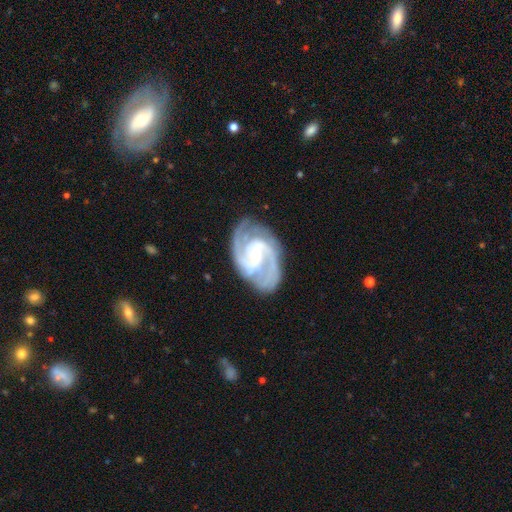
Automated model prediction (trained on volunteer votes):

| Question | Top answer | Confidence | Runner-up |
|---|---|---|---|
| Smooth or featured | featured or disk | 92% | star or artifact (4%) |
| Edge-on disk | no | 98% | yes (2%) |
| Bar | no | 45% | weak (40%) |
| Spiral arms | yes | 98% | no (2%) |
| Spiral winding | medium | 48% | tight (43%) |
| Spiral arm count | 2 | 56% | 3 (24%) |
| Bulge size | small | 60% | moderate (37%) |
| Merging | none | 77% | minor disturbance (16%) |